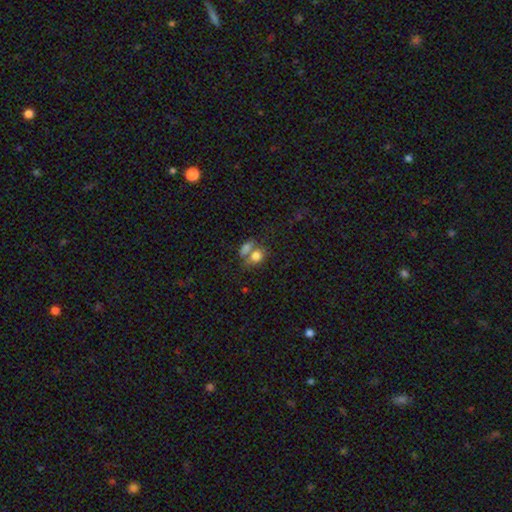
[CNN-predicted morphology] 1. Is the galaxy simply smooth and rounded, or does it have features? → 78% smooth, 12% featured or disk, 10% star or artifact.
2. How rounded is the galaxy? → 58% in between, 40% round, 2% cigar-shaped.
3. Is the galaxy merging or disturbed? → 51% merger, 32% none, 10% minor disturbance, 6% major disturbance.